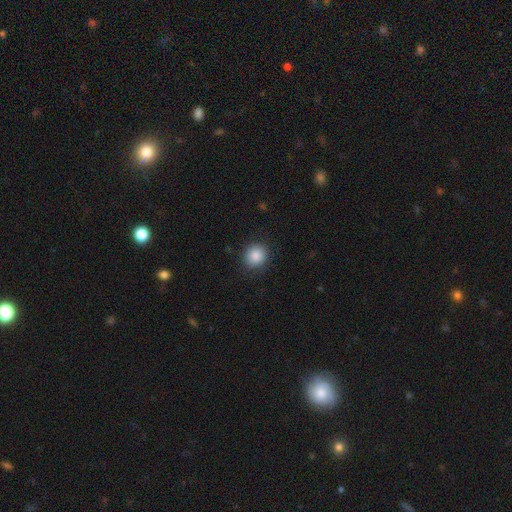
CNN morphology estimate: A smooth galaxy with no disk features (87%) that is round (88%).

Vote fractions:
- Smooth or featured? smooth: 87% / star or artifact: 9% / featured or disk: 4%
- How rounded? round: 88% / in between: 11% / cigar-shaped: 1%
- Merging? none: 88% / minor disturbance: 8% / major disturbance: 3% / merger: 1%